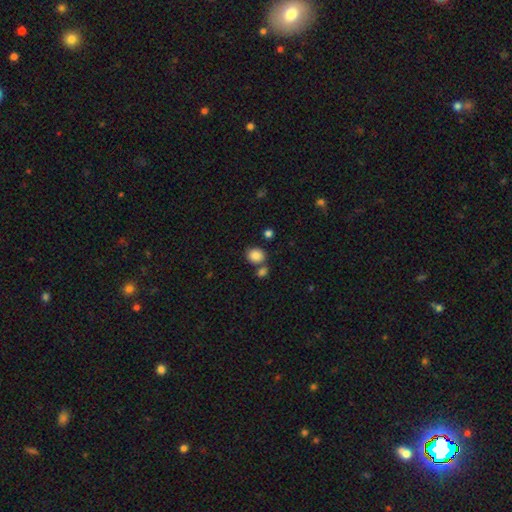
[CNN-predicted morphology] This is clearly a smooth galaxy (86%). How rounded: likely round (72%). Merging: likely none (65%).